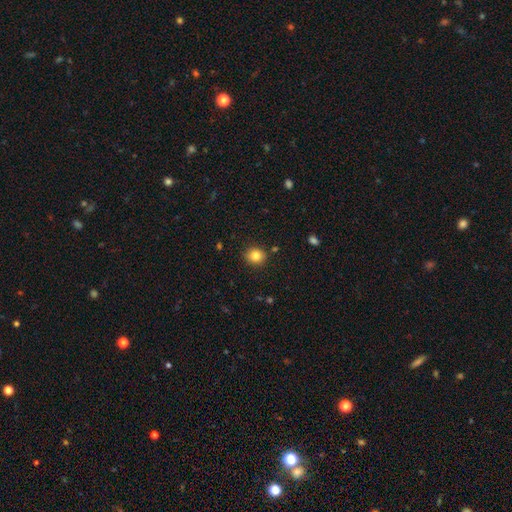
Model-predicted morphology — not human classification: Smooth or featured?
  - smooth: 83% *
  - star or artifact: 11%
  - featured or disk: 6%
How rounded?
  - round: 83% *
  - in between: 16%
  - cigar-shaped: 1%
Merging?
  - none: 88% *
  - minor disturbance: 8%
  - major disturbance: 2%
  - merger: 2%